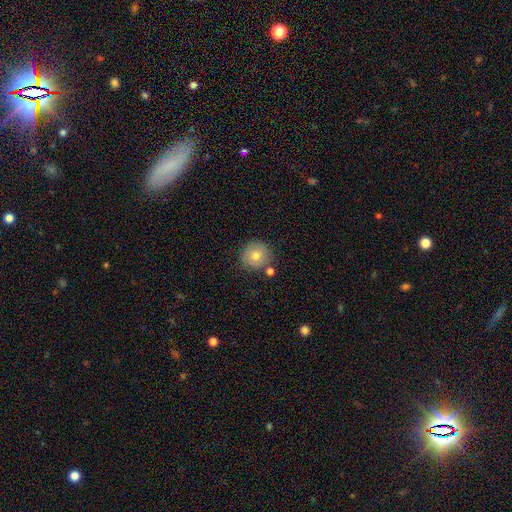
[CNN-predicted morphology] This is likely a smooth galaxy (76%). How rounded: clearly round (94%). Merging: likely none (80%).